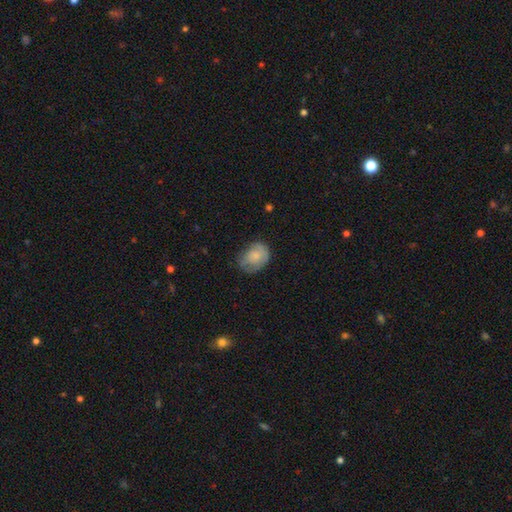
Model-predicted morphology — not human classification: smooth_or_featured: smooth (p=0.64) [alt: featured or disk p=0.28]
how_rounded: in between (p=0.58) [alt: round p=0.41]
merging: none (p=0.55) [alt: minor disturbance p=0.30]